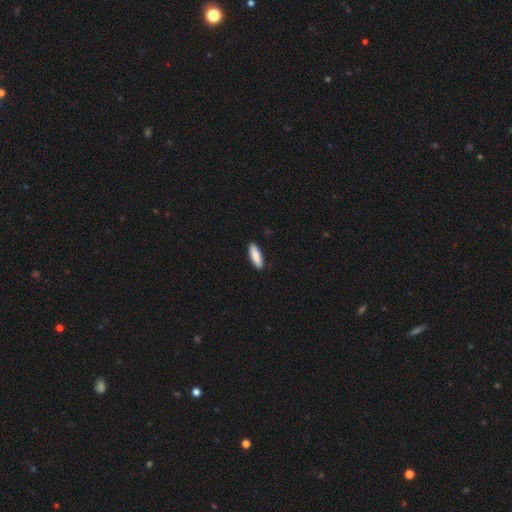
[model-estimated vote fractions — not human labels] Smooth or featured?
  - smooth: 89% *
  - featured or disk: 6%
  - star or artifact: 5%
How rounded?
  - in between: 55% *
  - cigar-shaped: 43%
  - round: 2%
Merging?
  - none: 89% *
  - minor disturbance: 8%
  - major disturbance: 2%
  - merger: 1%